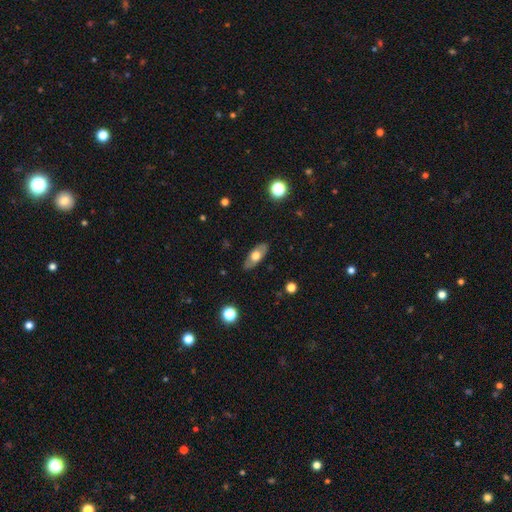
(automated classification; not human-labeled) Smooth or featured: smooth — 58% (featured or disk — 36%)
How rounded: in between — 83% (cigar-shaped — 13%)
Merging: none — 86% (minor disturbance — 11%)